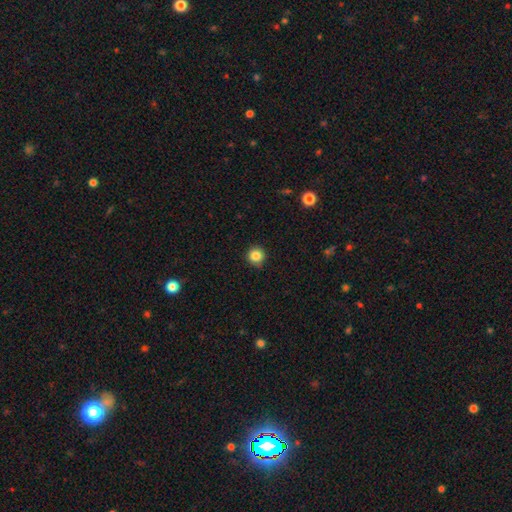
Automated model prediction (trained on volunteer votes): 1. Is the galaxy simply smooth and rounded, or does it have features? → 85% smooth, 11% star or artifact, 4% featured or disk.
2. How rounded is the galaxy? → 94% round, 5% in between, 1% cigar-shaped.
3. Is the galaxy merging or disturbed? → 87% none, 10% minor disturbance, 2% major disturbance, 1% merger.